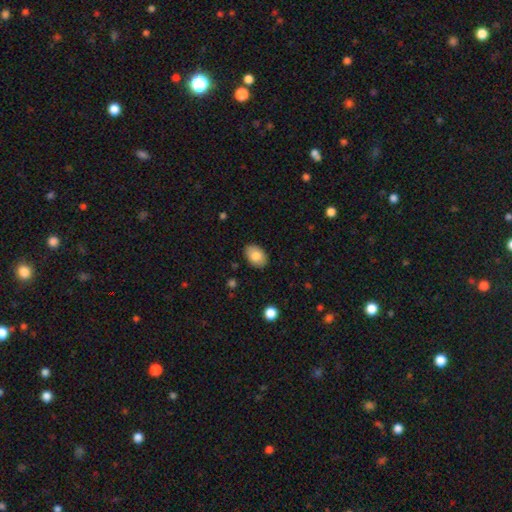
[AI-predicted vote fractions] A smooth galaxy with no disk features (83%) that is in between round and cigar-shaped (85%).

Vote fractions:
- Smooth or featured? smooth: 83% / featured or disk: 11% / star or artifact: 7%
- How rounded? in between: 85% / round: 14% / cigar-shaped: 1%
- Merging? none: 87% / minor disturbance: 10% / major disturbance: 2% / merger: 1%